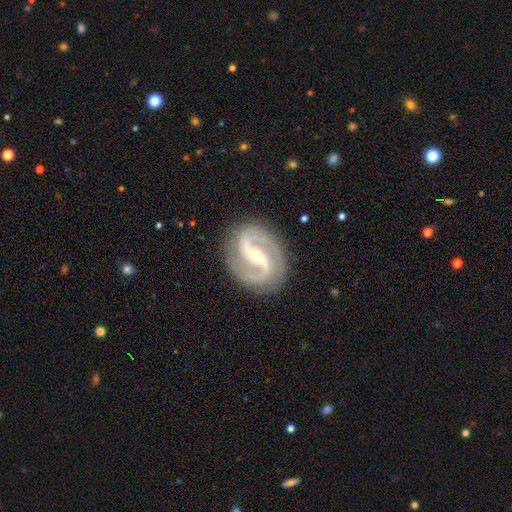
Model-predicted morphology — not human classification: smooth-or-featured: featured or disk: 92% | star or artifact: 4% | smooth: 3%
  disk-edge-on: no: 97% | yes: 3%
    bar: strong: 55% | weak: 30% | no: 16%
    has-spiral-arms: yes: 98% | no: 2%
      spiral-winding: medium: 54% | tight: 23% | loose: 22%
      spiral-arm-count: 2: 93% | 3: 2% | can't tell: 2% | 1: 1% | 4: 1% | more than 4: 1%
    bulge-size: small: 72% | moderate: 25% | large: 1% | none: 1% | dominant: 1%
  merging: none: 85% | minor disturbance: 10% | major disturbance: 3% | merger: 1%